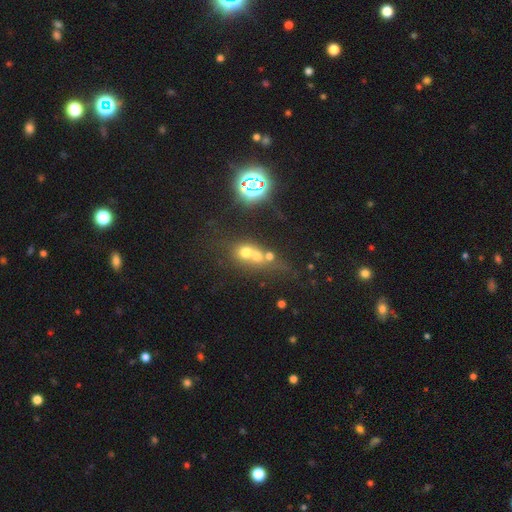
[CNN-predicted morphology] smooth-or-featured: smooth: 46% | star or artifact: 31% | featured or disk: 23%
  merging: merger: 54% | none: 32% | minor disturbance: 8% | major disturbance: 6%